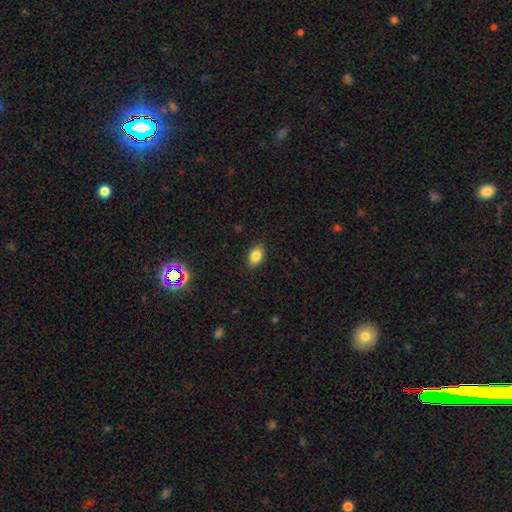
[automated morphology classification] Smooth or featured? smooth (85%)
How rounded? in between (84%)
Merging? none (88%)